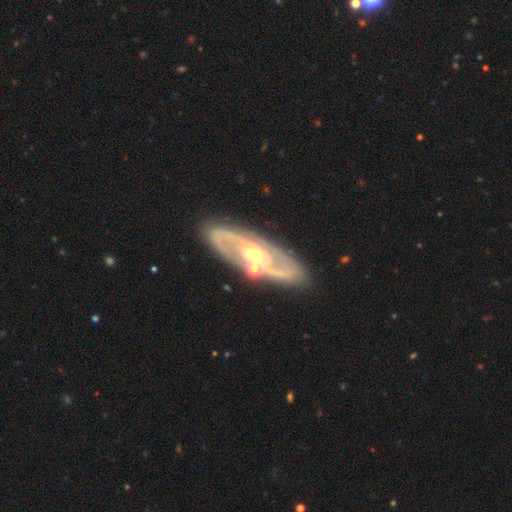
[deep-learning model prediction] Smooth or featured? featured or disk (87%)
Edge-on disk? no (90%)
Bar? no (47%)
Spiral arms? yes (90%)
Spiral winding? medium (51%)
Spiral arm count? 2 (86%)
Bulge size? moderate (66%)
Merging? none (80%)